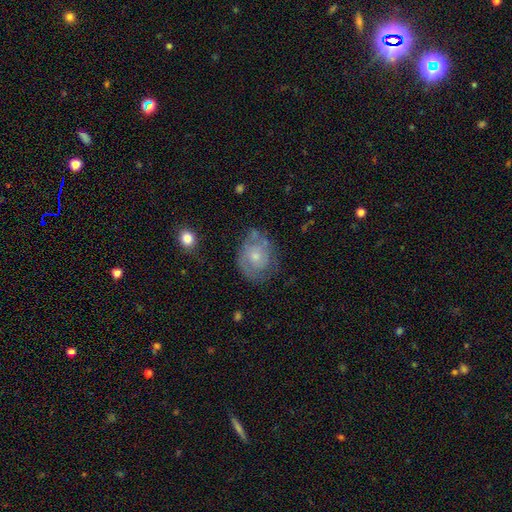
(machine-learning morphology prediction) This is possibly a featured or disk galaxy (58%). It is clearly not viewed edge-on (97%). Bar: clearly no (80%). Spiral arm pattern: likely yes (71%). Central bulge: possibly small (53%). Merging: possibly none (57%).